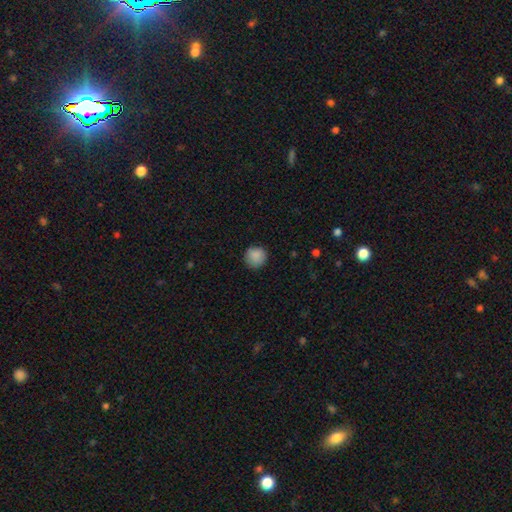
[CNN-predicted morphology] Smooth or featured: smooth — 87% (star or artifact — 9%)
How rounded: round — 91% (in between — 8%)
Merging: none — 84% (minor disturbance — 12%)